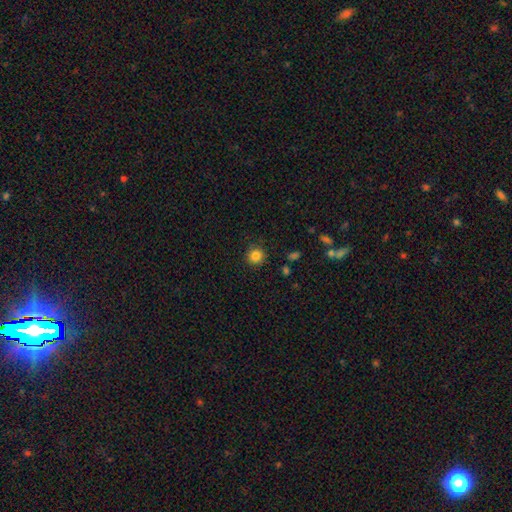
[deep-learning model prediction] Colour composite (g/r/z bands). It shows a smooth galaxy with no disk features (84%) that is round (91%). Merging: none (89%).